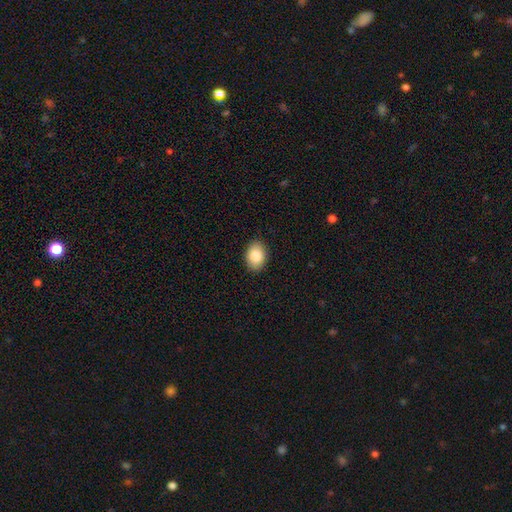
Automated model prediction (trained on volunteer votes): smooth_or_featured: smooth (p=0.84) [alt: featured or disk p=0.09]
how_rounded: in between (p=0.77) [alt: round p=0.22]
merging: none (p=0.90) [alt: minor disturbance p=0.08]